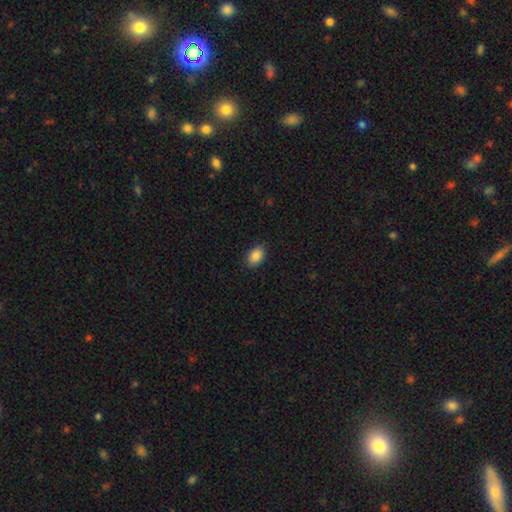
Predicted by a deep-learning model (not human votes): smooth_or_featured: smooth (p=0.88) [alt: star or artifact p=0.08]
how_rounded: in between (p=0.86) [alt: round p=0.13]
merging: none (p=0.87) [alt: minor disturbance p=0.10]